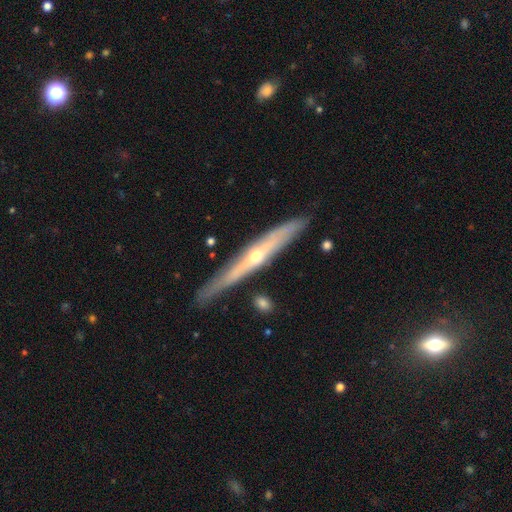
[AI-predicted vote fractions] This appears to be a featured or disk galaxy (73%) viewed edge-on (92%) with a rounded central bulge (78%). Merging: none (81%).